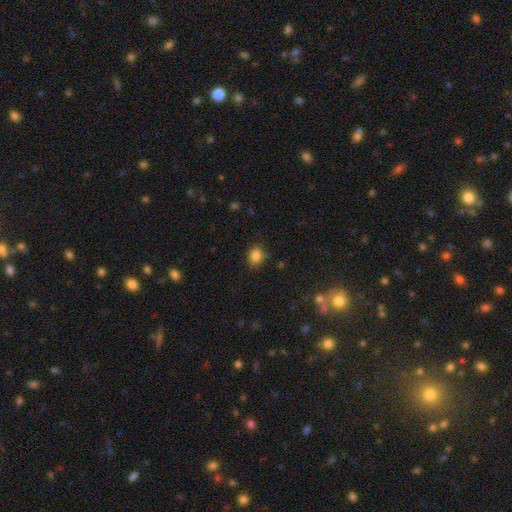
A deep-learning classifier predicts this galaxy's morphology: Smooth or featured: smooth — 84% (star or artifact — 11%)
How rounded: round — 61% (in between — 38%)
Merging: none — 80% (minor disturbance — 15%)